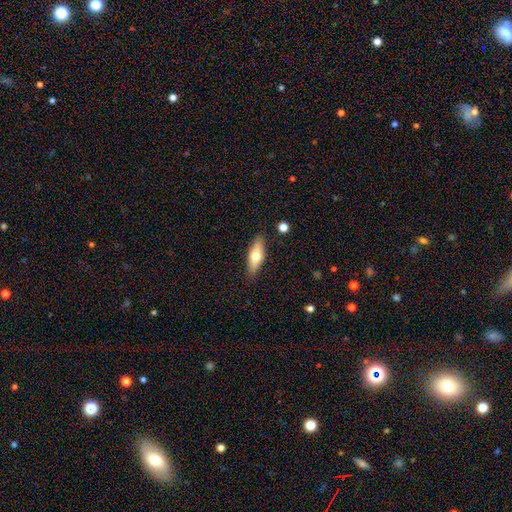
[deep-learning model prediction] This appears to be a smooth galaxy with no disk features (63%) that is in between round and cigar-shaped (60%). Merging: none (86%).